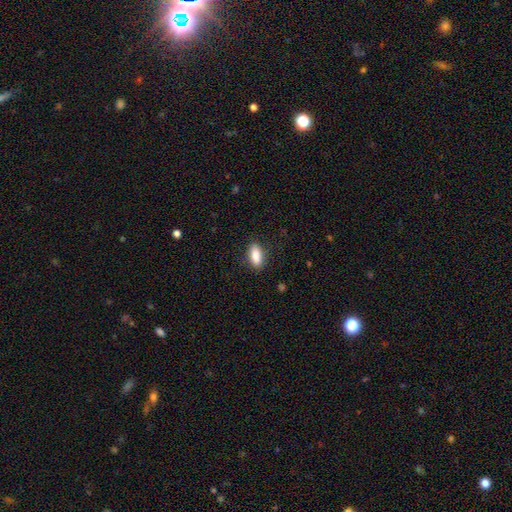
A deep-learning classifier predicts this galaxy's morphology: A smooth galaxy with no disk features (87%) that is in between round and cigar-shaped (85%).

Vote fractions:
- Smooth or featured? smooth: 87% / star or artifact: 7% / featured or disk: 6%
- How rounded? in between: 85% / cigar-shaped: 12% / round: 3%
- Merging? none: 86% / minor disturbance: 11% / major disturbance: 3% / merger: 1%